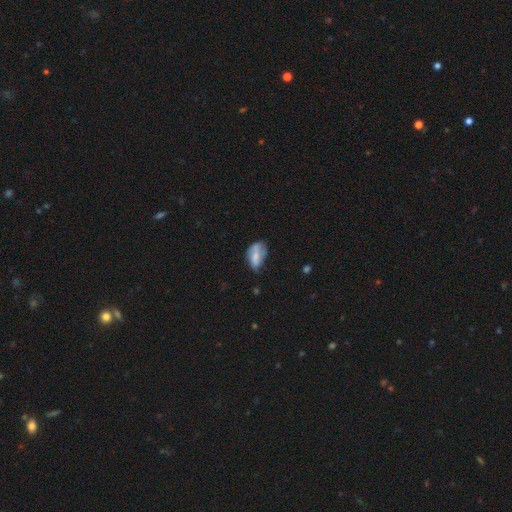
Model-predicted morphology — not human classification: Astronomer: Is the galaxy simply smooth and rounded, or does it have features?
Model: smooth — 59%.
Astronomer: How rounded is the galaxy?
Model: in between — 89%.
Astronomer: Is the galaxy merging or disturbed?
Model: minor disturbance — 37% (runner-up: none, 36%).